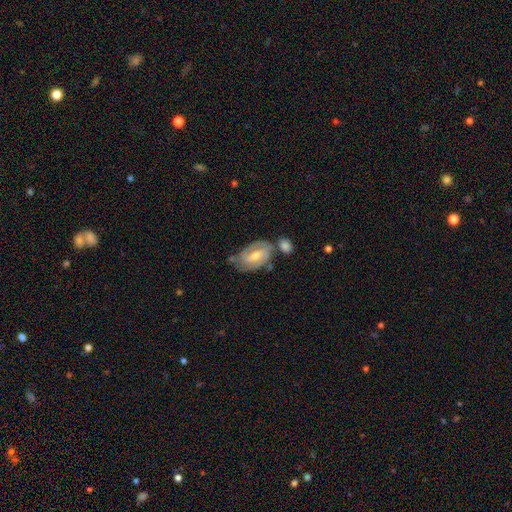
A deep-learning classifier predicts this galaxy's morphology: Smooth or featured? Predicted: featured or disk (p=0.73). Edge-on disk? Predicted: no (p=0.94). Bar? Predicted: weak (p=0.48). Spiral arms? Predicted: yes (p=0.87). Spiral winding? Predicted: tight (p=0.53). Spiral arm count? Predicted: 2 (p=0.63). Bulge size? Predicted: moderate (p=0.58). Merging? Predicted: none (p=0.54).